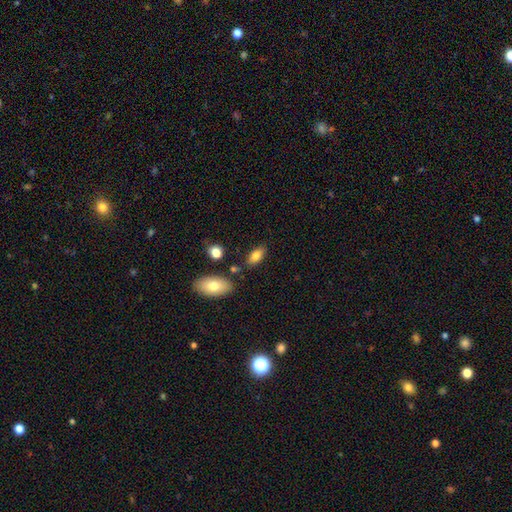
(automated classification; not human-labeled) Q: Smooth or featured?
A: smooth (80%); runner-up: featured or disk (12%)
Q: How rounded?
A: in between (89%); runner-up: cigar-shaped (7%)
Q: Merging?
A: none (78%); runner-up: minor disturbance (13%)